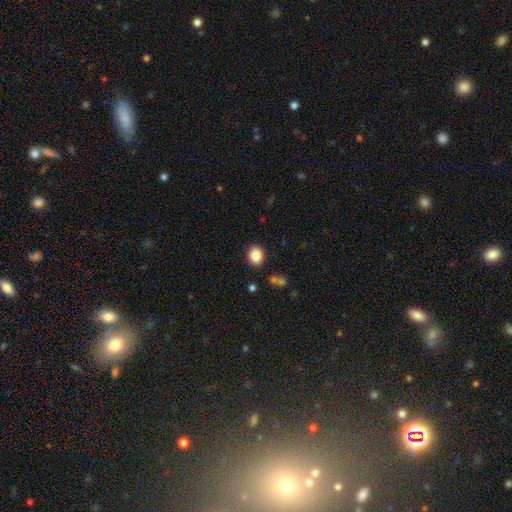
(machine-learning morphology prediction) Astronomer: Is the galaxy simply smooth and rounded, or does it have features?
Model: smooth — 86%.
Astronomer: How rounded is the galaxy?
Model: round — 50% (runner-up: in between, 49%).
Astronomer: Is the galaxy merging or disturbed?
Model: none — 88%.